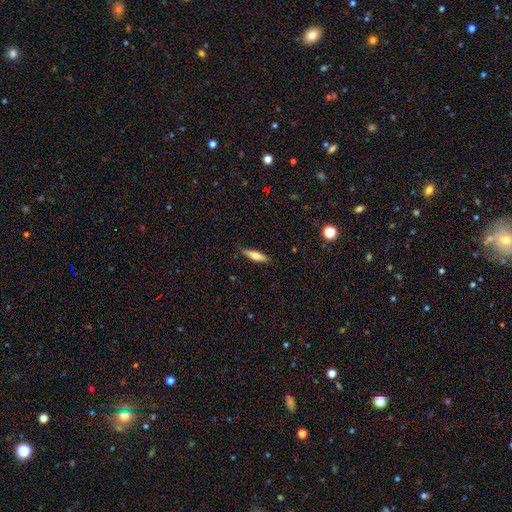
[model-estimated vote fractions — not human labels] Smooth or featured: smooth — 65% (featured or disk — 28%)
How rounded: cigar-shaped — 70% (in between — 28%)
Merging: none — 86% (minor disturbance — 11%)